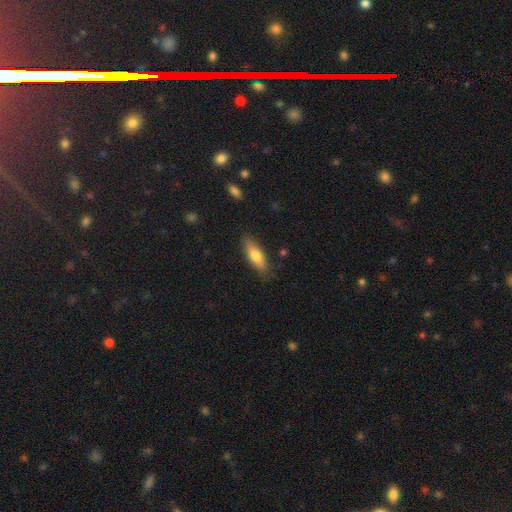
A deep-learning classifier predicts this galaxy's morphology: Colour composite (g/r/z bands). It shows a smooth galaxy with no disk features (75%) that is in between round and cigar-shaped (56%). Merging: none (83%).